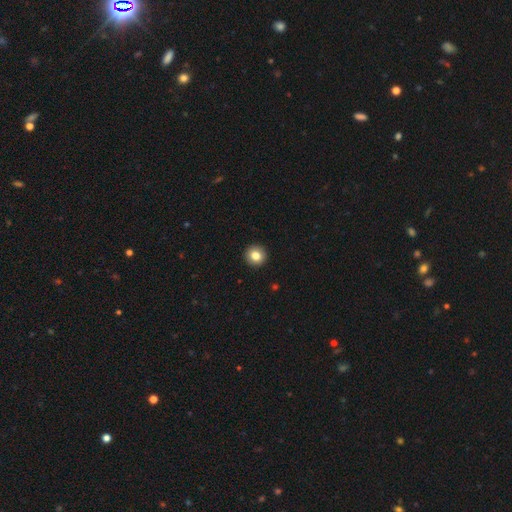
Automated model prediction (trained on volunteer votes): smooth_or_featured: smooth (p=0.84) [alt: star or artifact p=0.09]
how_rounded: round (p=0.93) [alt: in between p=0.06]
merging: none (p=0.93) [alt: minor disturbance p=0.04]